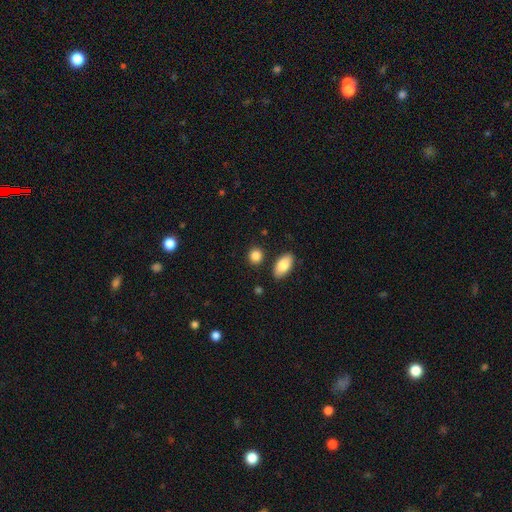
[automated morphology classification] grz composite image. It shows a smooth galaxy with no disk features (86%) that is round (69%). Merging: none (84%).